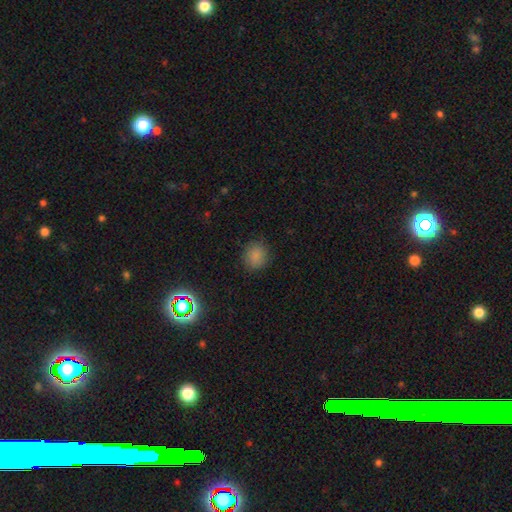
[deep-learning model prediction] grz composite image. It shows a smooth galaxy with no disk features (83%) that is round (83%). Merging: none (85%).